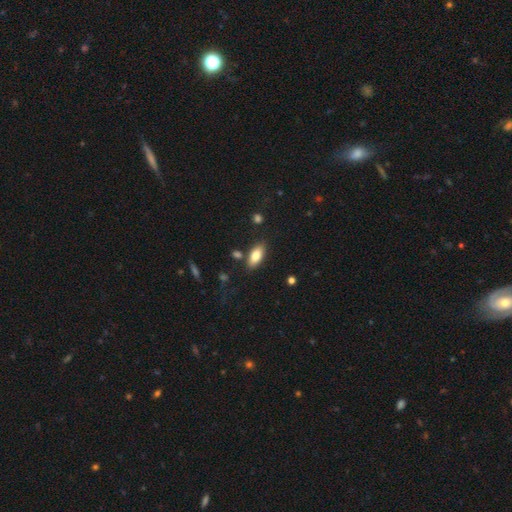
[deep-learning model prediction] A smooth galaxy with no disk features (81%) that is in between round and cigar-shaped (86%). Merging: none (81%).